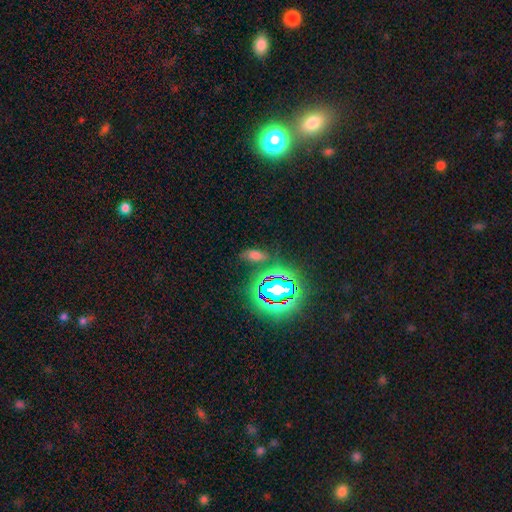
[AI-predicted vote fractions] Q: Smooth or featured?
A: smooth (52%); runner-up: star or artifact (36%)
Q: How rounded?
A: in between (81%); runner-up: cigar-shaped (11%)
Q: Merging?
A: none (73%); runner-up: minor disturbance (15%)